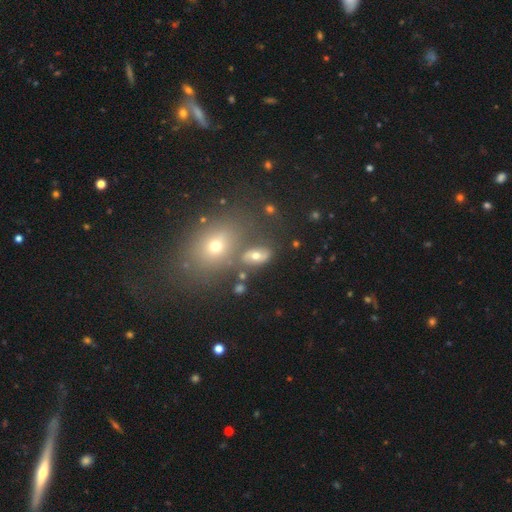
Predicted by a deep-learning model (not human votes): This is possibly a smooth galaxy (60%). How rounded: likely in between (79%). Merging: possibly none (59%).